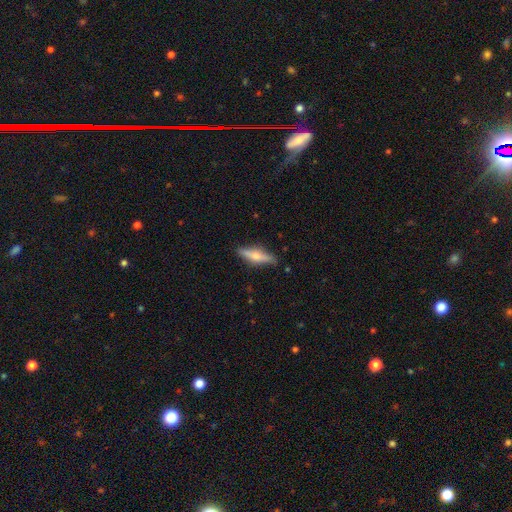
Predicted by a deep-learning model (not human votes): A smooth galaxy with no disk features (47%, tied with featured or disk). Merging: none (83%).